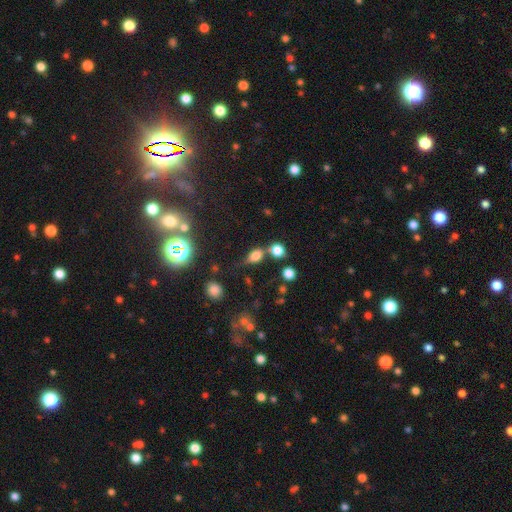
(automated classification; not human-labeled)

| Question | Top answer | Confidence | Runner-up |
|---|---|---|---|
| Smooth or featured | smooth | 66% | star or artifact (19%) |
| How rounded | in between | 64% | round (29%) |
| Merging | none | 46% | merger (29%) |